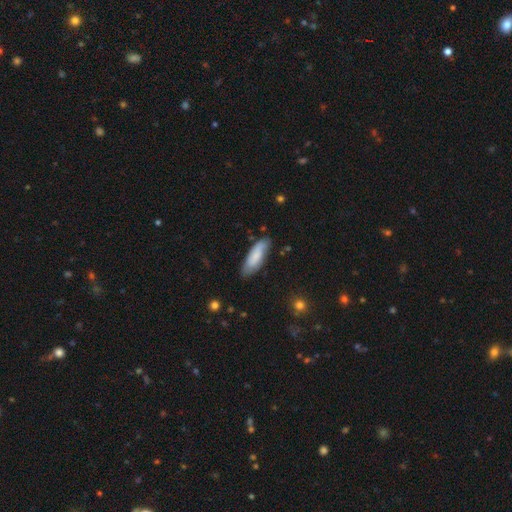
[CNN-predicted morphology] This appears to be a smooth galaxy with no disk features (72%) that is in between round and cigar-shaped (58%). Merging: none (74%).